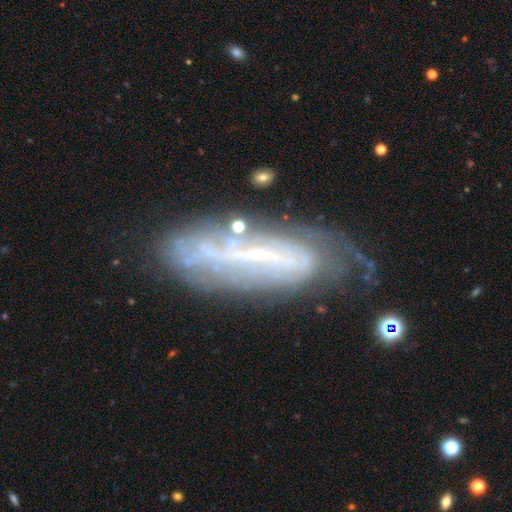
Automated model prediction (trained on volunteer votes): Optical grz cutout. It shows a featured or disk galaxy (76%) with a strong bar (40%), spiral arms (76%) and a small central bulge (62%). Merging: none (55%).